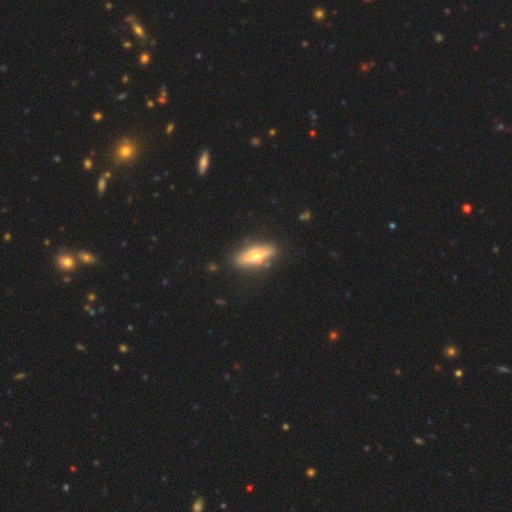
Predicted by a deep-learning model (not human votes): Smooth or featured?
  - featured or disk: 55% *
  - smooth: 37%
  - star or artifact: 8%
Edge-on disk?
  - yes: 83% *
  - no: 17%
Merging?
  - none: 78% *
  - minor disturbance: 14%
  - major disturbance: 4%
  - merger: 3%